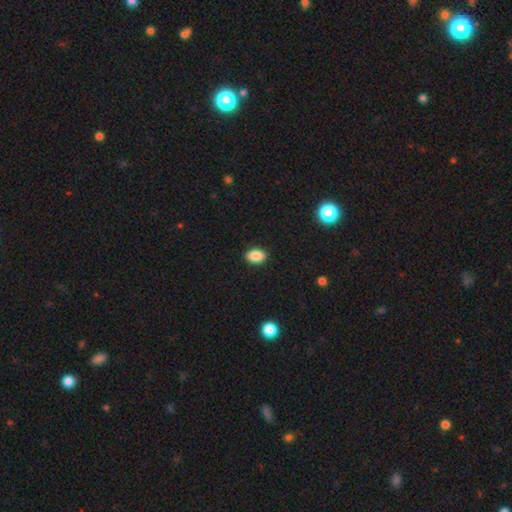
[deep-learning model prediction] A smooth galaxy with no disk features (87%) that is in between round and cigar-shaped (85%). Merging: none (89%).